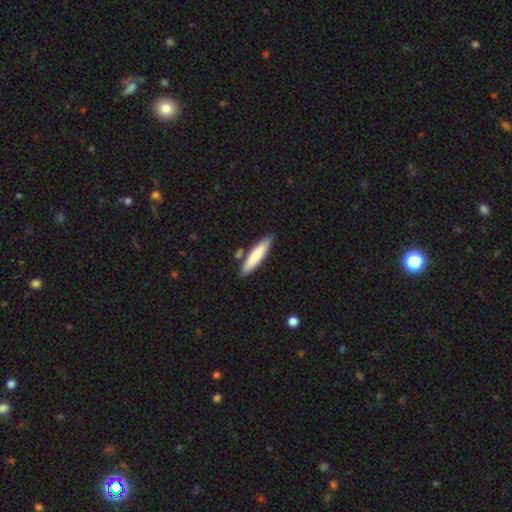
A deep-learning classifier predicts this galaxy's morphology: smooth-or-featured: smooth: 77% | featured or disk: 18% | star or artifact: 5%
  how-rounded: cigar-shaped: 81% | in between: 18% | round: 1%
  merging: none: 81% | minor disturbance: 11% | merger: 6% | major disturbance: 2%